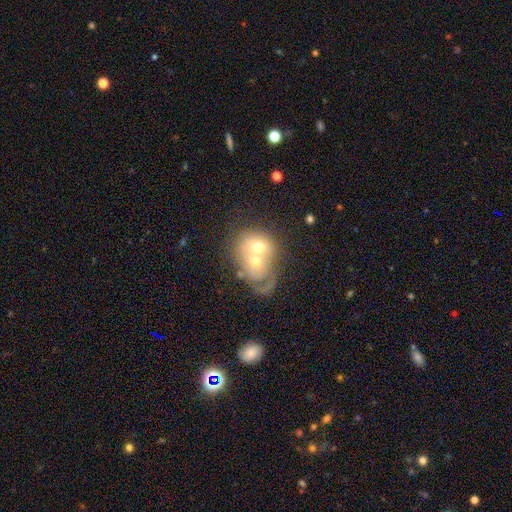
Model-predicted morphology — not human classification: A featured or disk galaxy (48%). Merging: merger (76%).